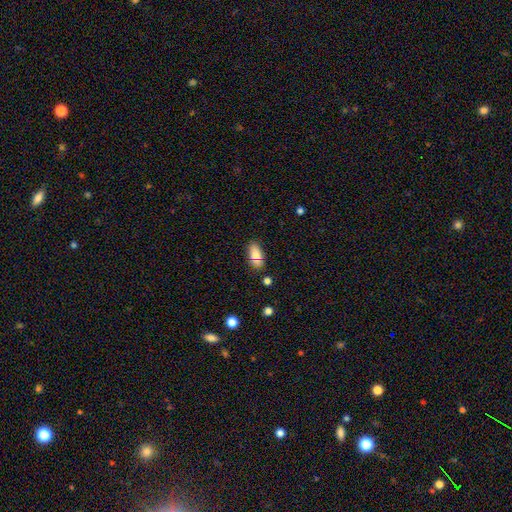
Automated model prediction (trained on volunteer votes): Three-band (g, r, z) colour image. It shows a smooth galaxy with no disk features (76%) that is in between round and cigar-shaped (89%). Merging: none (74%).